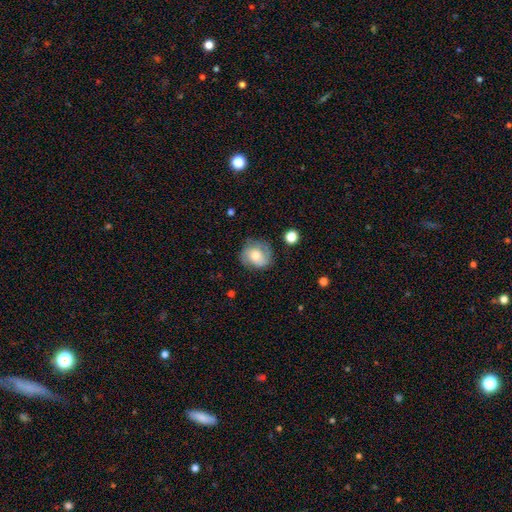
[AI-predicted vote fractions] Smooth or featured?
  - smooth: 56% *
  - featured or disk: 36%
  - star or artifact: 9%
How rounded?
  - round: 74% *
  - in between: 25%
  - cigar-shaped: 1%
Merging?
  - none: 69% *
  - minor disturbance: 22%
  - major disturbance: 7%
  - merger: 2%